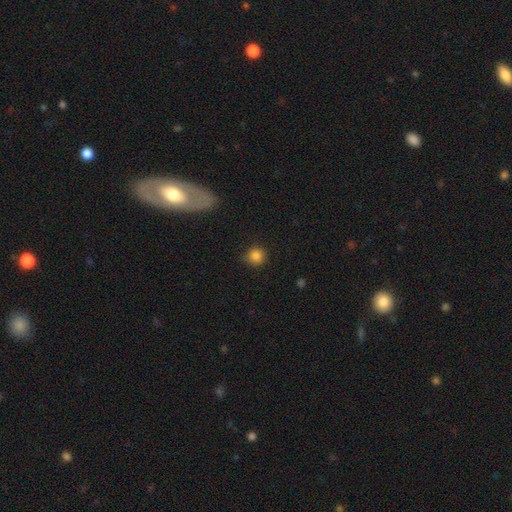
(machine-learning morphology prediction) Smooth or featured: smooth — 85% (star or artifact — 11%)
How rounded: round — 92% (in between — 7%)
Merging: none — 85% (minor disturbance — 11%)